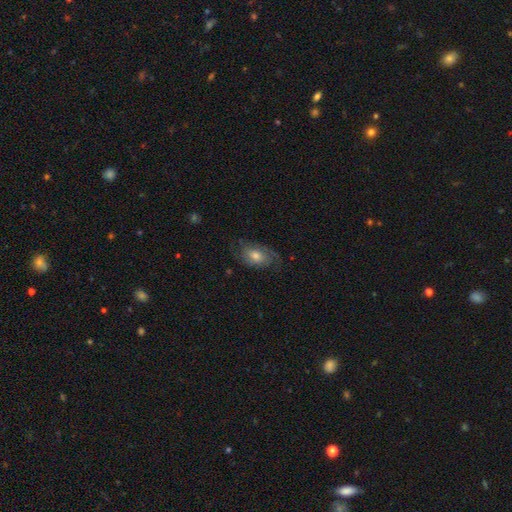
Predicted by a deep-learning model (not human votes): This is likely a featured or disk galaxy (64%). It is clearly not viewed edge-on (94%). Bar: likely no (69%). Spiral arm pattern: clearly yes (88%). Spiral arm count: possibly 2 (59%). Spiral winding: marginally medium (42%). Central bulge: likely moderate (64%). Merging: likely none (68%).